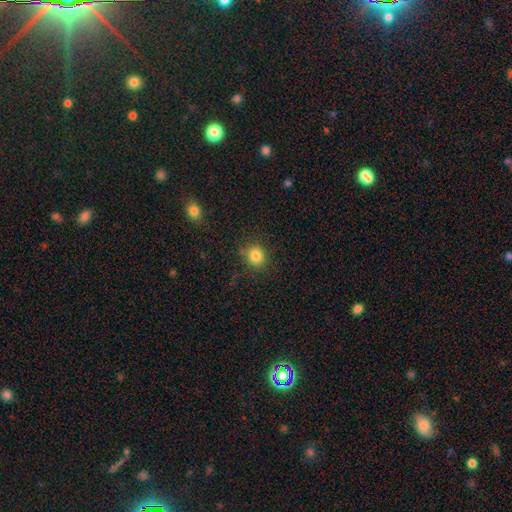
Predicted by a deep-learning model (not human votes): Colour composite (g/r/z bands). It shows a smooth galaxy with no disk features (83%) that is round (87%). Merging: none (85%).